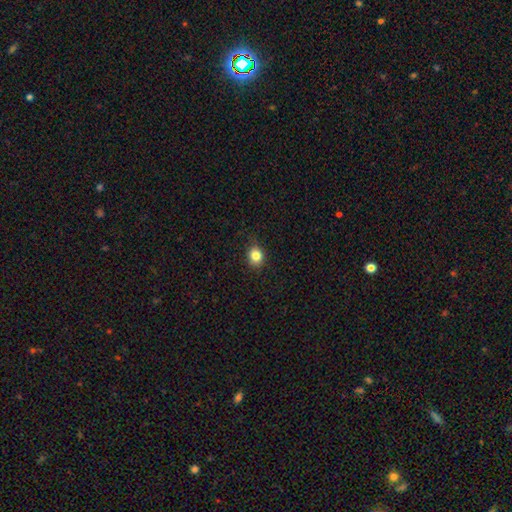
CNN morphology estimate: This is clearly a smooth galaxy (83%). How rounded: likely round (67%). Merging: clearly none (84%).